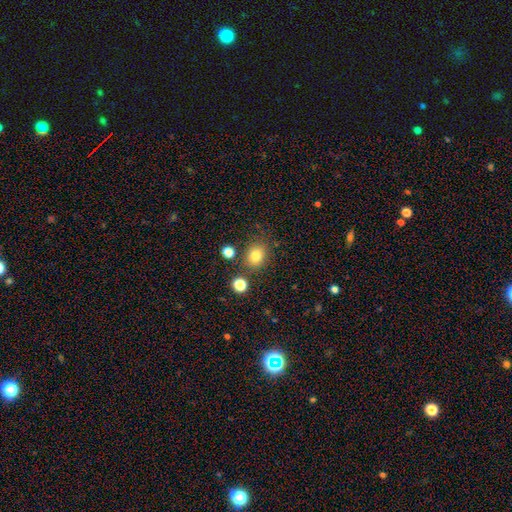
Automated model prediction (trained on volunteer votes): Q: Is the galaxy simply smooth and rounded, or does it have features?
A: smooth — 80%.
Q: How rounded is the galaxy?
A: round — 59%.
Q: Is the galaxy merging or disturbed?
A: none — 78%.